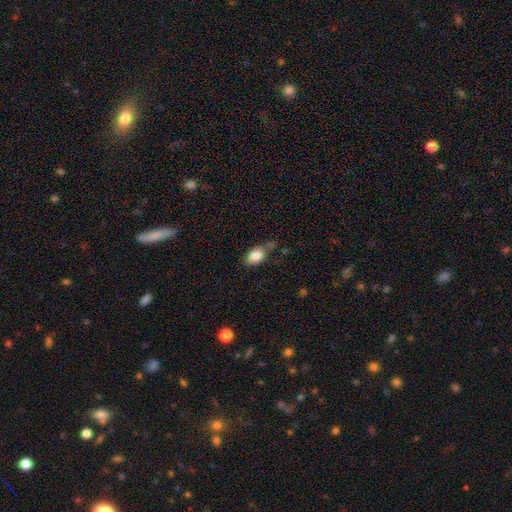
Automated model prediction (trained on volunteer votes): smooth 84%, featured or disk 9%, star or artifact 8%. Down the decision tree: how rounded — in between (85%); merging — none (61%).